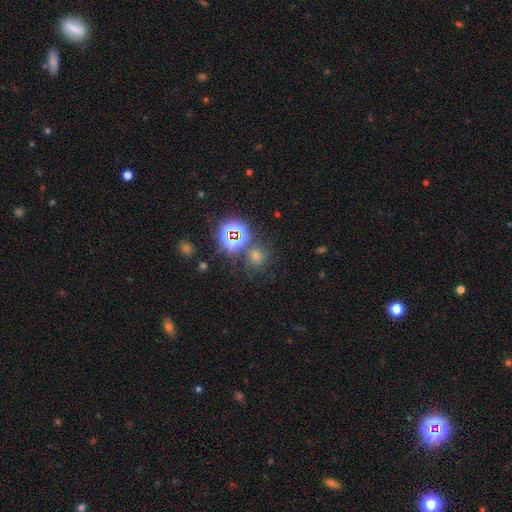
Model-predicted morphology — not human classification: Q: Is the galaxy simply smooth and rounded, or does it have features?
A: star or artifact — 54%.